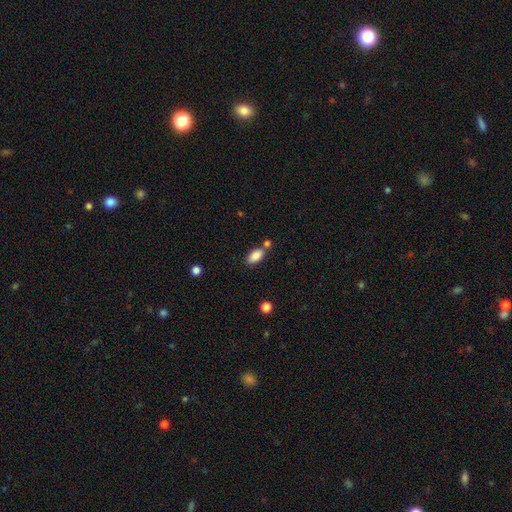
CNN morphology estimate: type=smooth (86%); roundness=in between (91%); merging=none (67%).